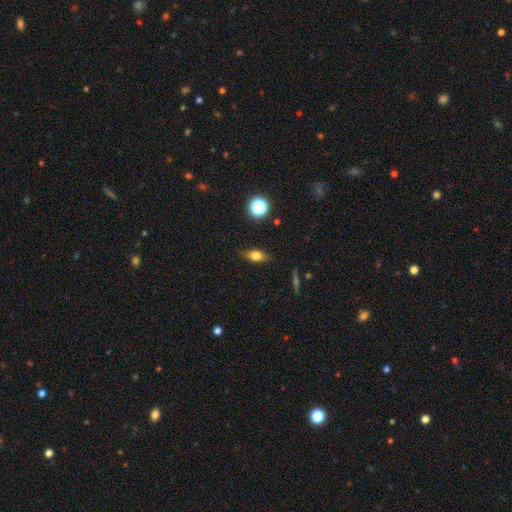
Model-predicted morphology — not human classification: smooth_or_featured: smooth (p=0.71) [alt: featured or disk p=0.17]
how_rounded: in between (p=0.71) [alt: round p=0.15]
merging: none (p=0.85) [alt: minor disturbance p=0.11]